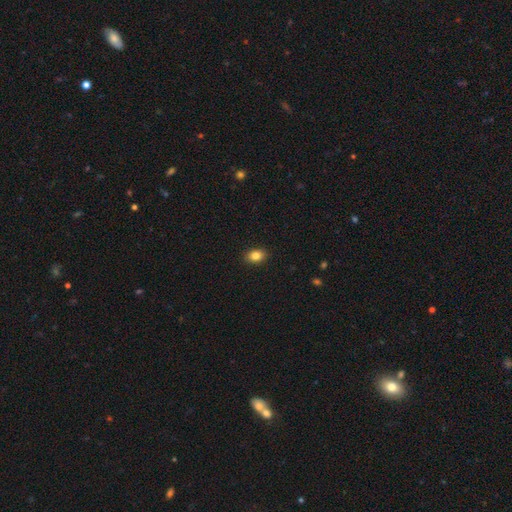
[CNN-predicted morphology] A smooth galaxy with no disk features (84%) that is in between round and cigar-shaped (78%). Merging: none (90%).